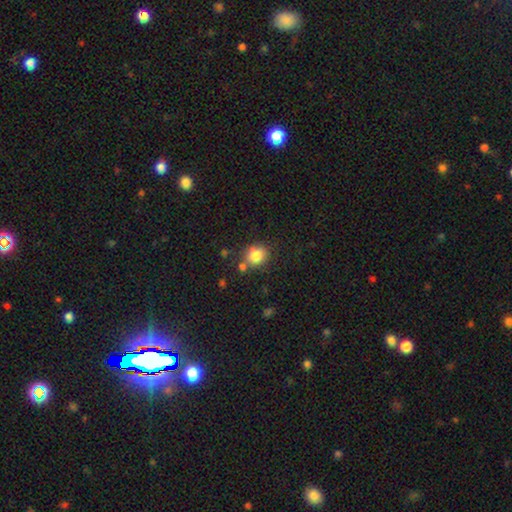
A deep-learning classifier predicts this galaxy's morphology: Smooth or featured? smooth (82%)
How rounded? round (74%)
Merging? none (70%)